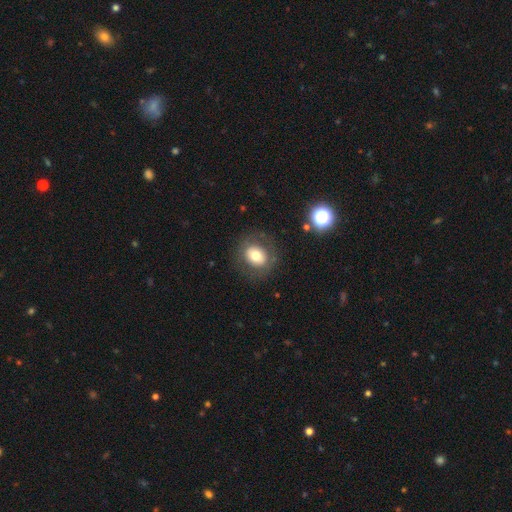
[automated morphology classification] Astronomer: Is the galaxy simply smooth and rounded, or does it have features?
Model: smooth — 69%.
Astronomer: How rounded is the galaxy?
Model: round — 64%.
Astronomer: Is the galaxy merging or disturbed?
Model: none — 80%.